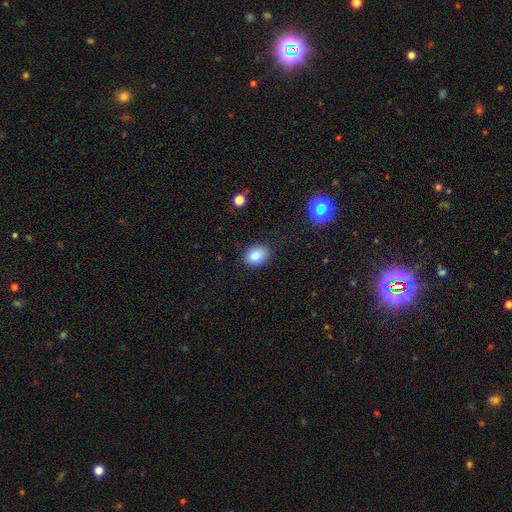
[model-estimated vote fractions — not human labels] smooth 85%, star or artifact 10%, featured or disk 5%. Down the decision tree: how rounded — in between (65%); merging — none (86%).